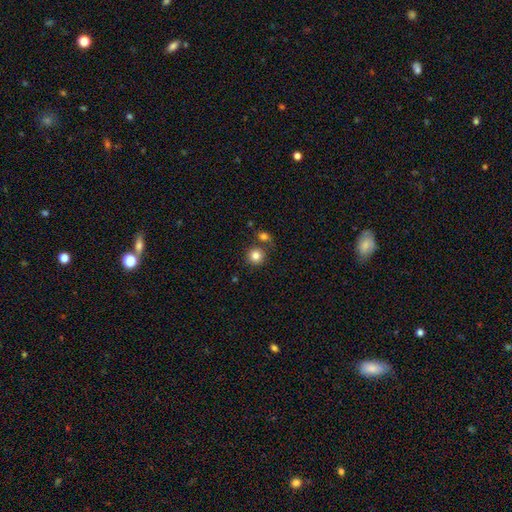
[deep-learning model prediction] Q: Smooth or featured?
A: smooth (83%); runner-up: star or artifact (11%)
Q: How rounded?
A: round (93%); runner-up: in between (6%)
Q: Merging?
A: none (74%); runner-up: merger (15%)